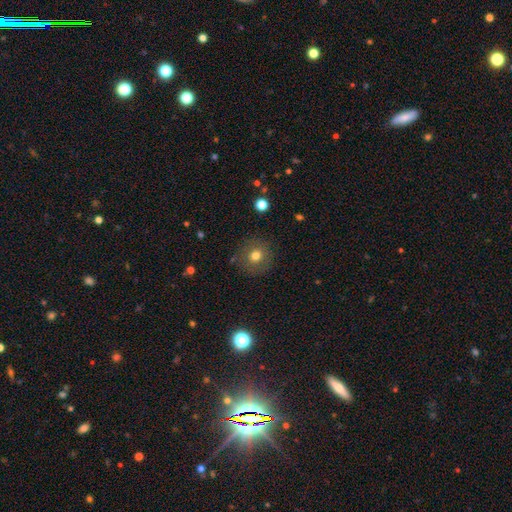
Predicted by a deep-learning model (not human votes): Smooth or featured? smooth (74%)
How rounded? round (90%)
Merging? none (87%)